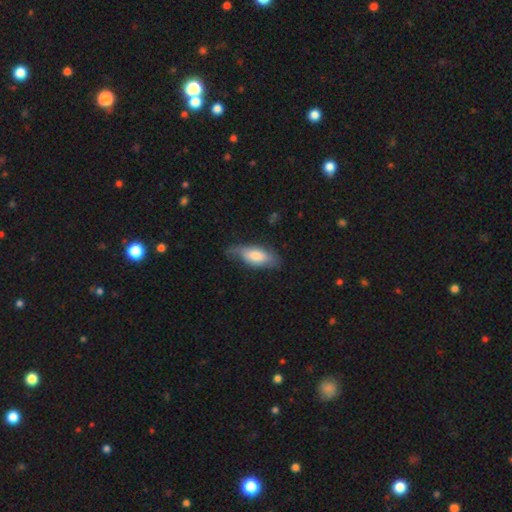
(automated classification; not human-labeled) Smooth or featured: smooth — 65% (featured or disk — 30%)
How rounded: in between — 81% (cigar-shaped — 16%)
Merging: none — 51% (minor disturbance — 35%)